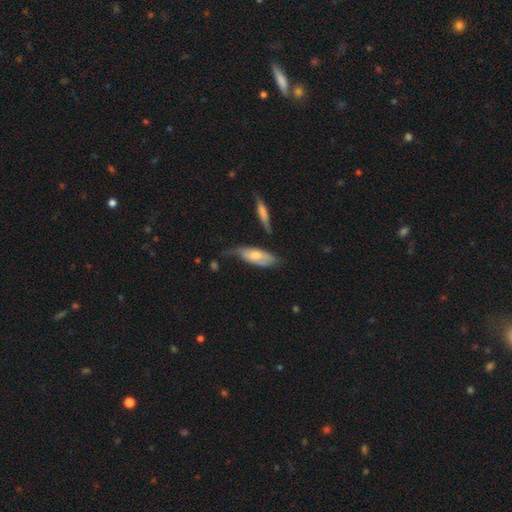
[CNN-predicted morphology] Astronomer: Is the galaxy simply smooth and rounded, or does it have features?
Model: smooth — 56% (runner-up: featured or disk, 39%).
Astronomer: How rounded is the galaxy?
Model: in between — 80%.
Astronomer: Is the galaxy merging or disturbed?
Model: minor disturbance — 37% (runner-up: none, 35%).